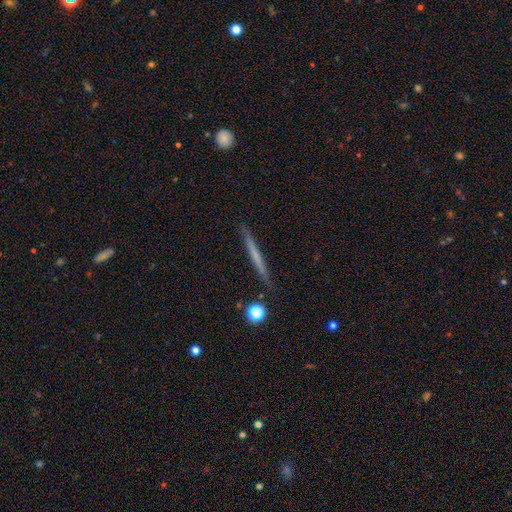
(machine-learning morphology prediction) This appears to be a smooth galaxy with no disk features (49%). Merging: none (90%).